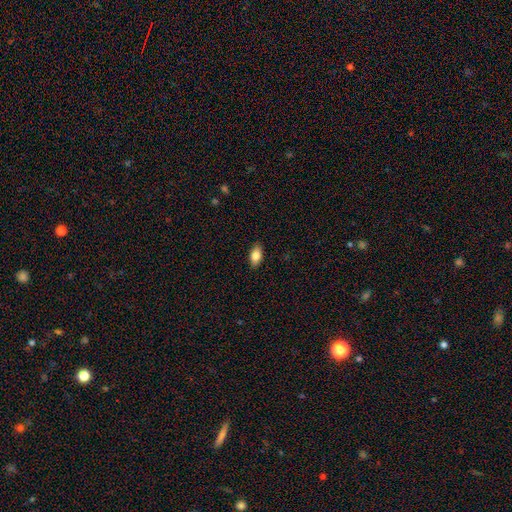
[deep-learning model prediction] A smooth galaxy with no disk features (81%) that is in between round and cigar-shaped (90%). Merging: none (88%).